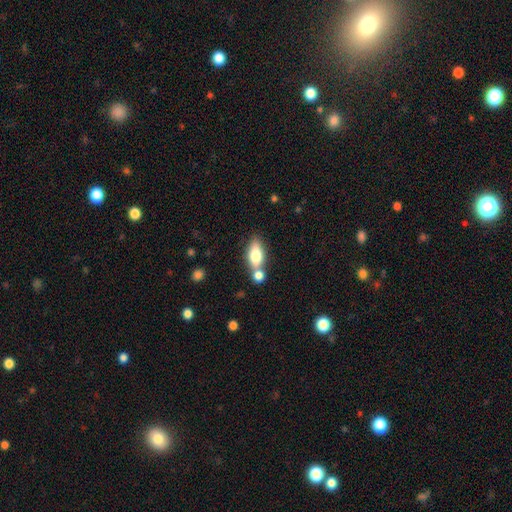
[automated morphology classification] Q: Smooth or featured?
A: smooth (73%); runner-up: featured or disk (19%)
Q: How rounded?
A: in between (81%); runner-up: cigar-shaped (12%)
Q: Merging?
A: none (49%); runner-up: merger (35%)